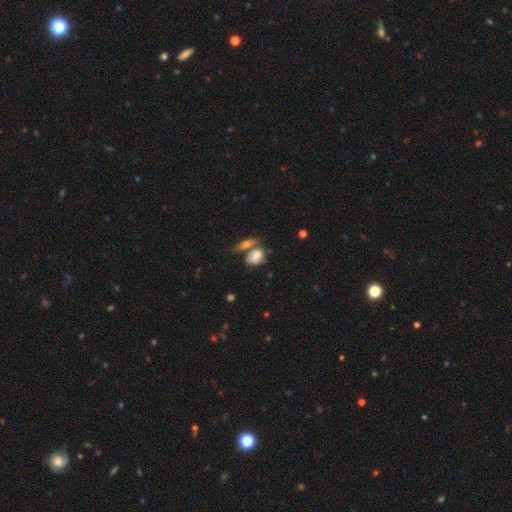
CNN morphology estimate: Smooth or featured: smooth — 69% (featured or disk — 21%)
How rounded: in between — 76% (round — 21%)
Merging: merger — 46% (none — 30%)